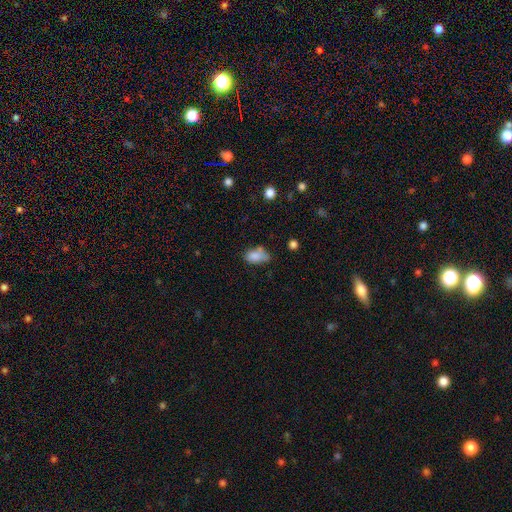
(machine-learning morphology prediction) This appears to be a smooth galaxy with no disk features (80%) that is in between round and cigar-shaped (89%). Merging: none (42%).